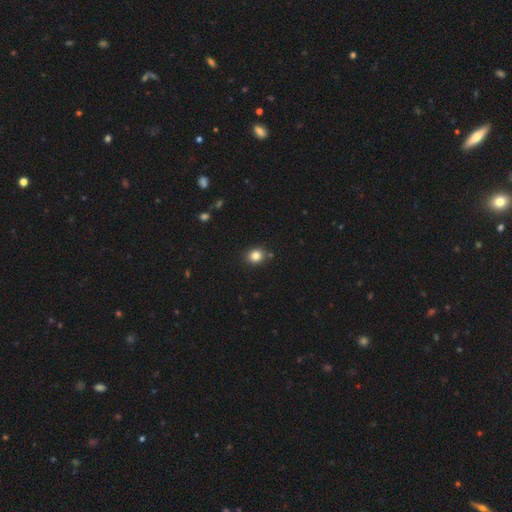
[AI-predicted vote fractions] Smooth or featured? Predicted: smooth (p=0.83). How rounded? Predicted: round (p=0.77). Merging? Predicted: none (p=0.85).